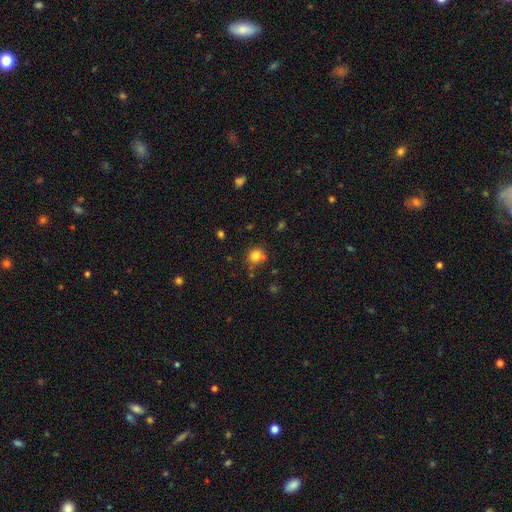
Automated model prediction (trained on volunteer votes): A smooth galaxy with no disk features (80%) that is round (79%). Merging: none (70%).